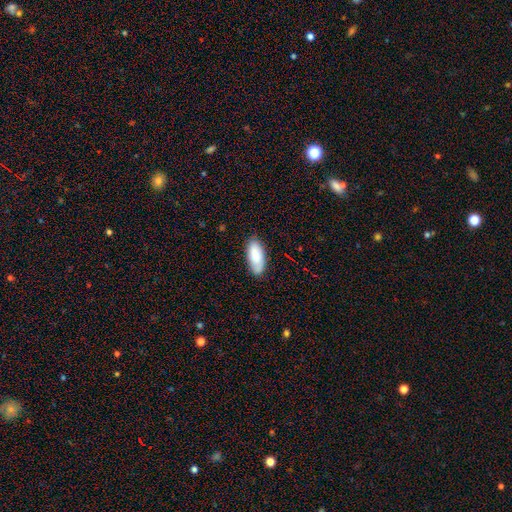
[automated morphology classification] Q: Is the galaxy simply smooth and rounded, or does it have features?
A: smooth — 83%.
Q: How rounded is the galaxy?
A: in between — 86%.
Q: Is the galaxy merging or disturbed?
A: none — 80%.